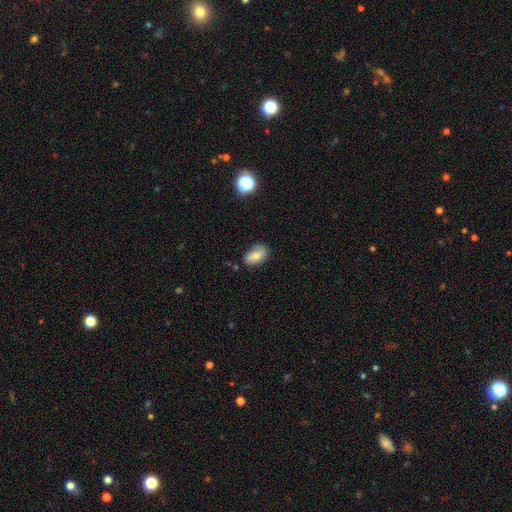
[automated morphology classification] smooth-or-featured: smooth: 70% | featured or disk: 21% | star or artifact: 9%
  how-rounded: in between: 88% | round: 10% | cigar-shaped: 2%
  merging: none: 69% | minor disturbance: 25% | major disturbance: 5% | merger: 2%